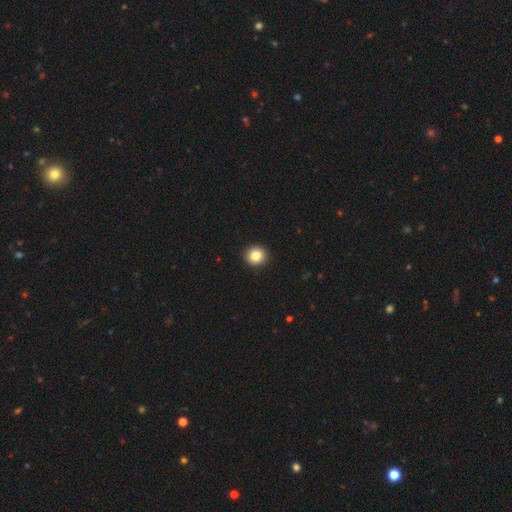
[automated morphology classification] smooth 84%, star or artifact 10%, featured or disk 7%. Down the decision tree: how rounded — round (90%); merging — none (93%).